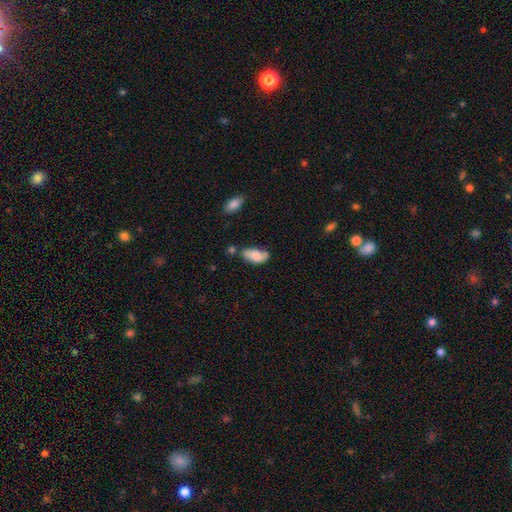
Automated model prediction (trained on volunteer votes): smooth_or_featured: smooth (p=0.71) [alt: featured or disk p=0.22]
how_rounded: in between (p=0.91) [alt: cigar-shaped p=0.06]
merging: none (p=0.54) [alt: minor disturbance p=0.30]